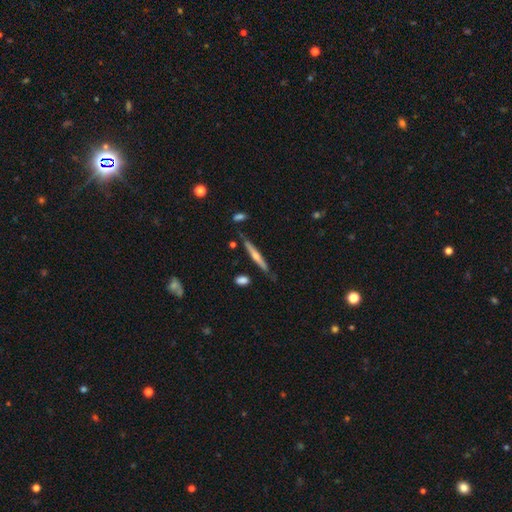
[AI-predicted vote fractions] featured or disk 71%, smooth 22%, star or artifact 6%. Down the decision tree: edge-on disk — yes (97%); edge-on bulge — rounded (82%); merging — none (84%).